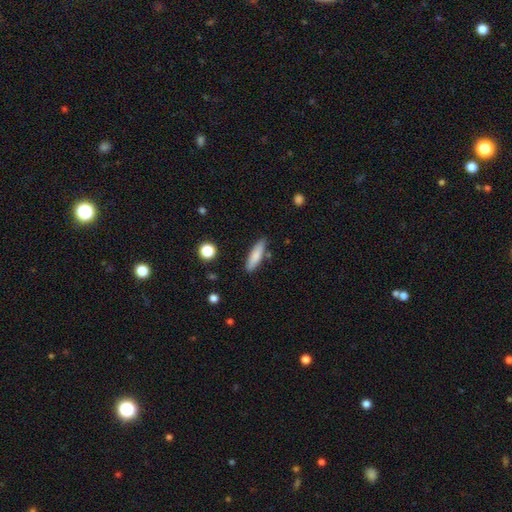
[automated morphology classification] Smooth or featured: smooth — 80% (featured or disk — 13%)
How rounded: cigar-shaped — 68% (in between — 30%)
Merging: none — 82% (minor disturbance — 12%)